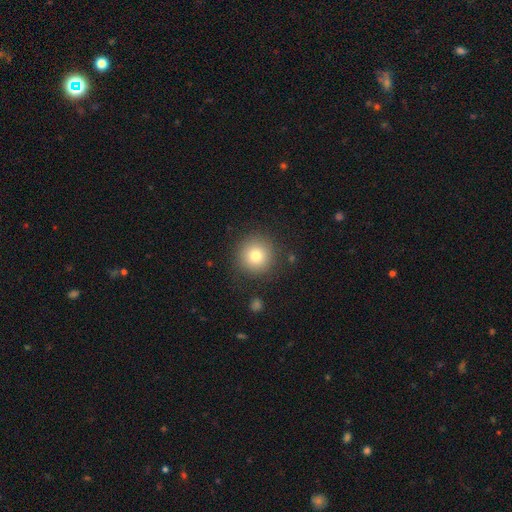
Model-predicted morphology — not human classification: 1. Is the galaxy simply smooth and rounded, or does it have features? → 78% smooth, 12% star or artifact, 11% featured or disk.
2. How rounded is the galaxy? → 95% round, 4% in between, 1% cigar-shaped.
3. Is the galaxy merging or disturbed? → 88% none, 8% minor disturbance, 3% major disturbance, 2% merger.